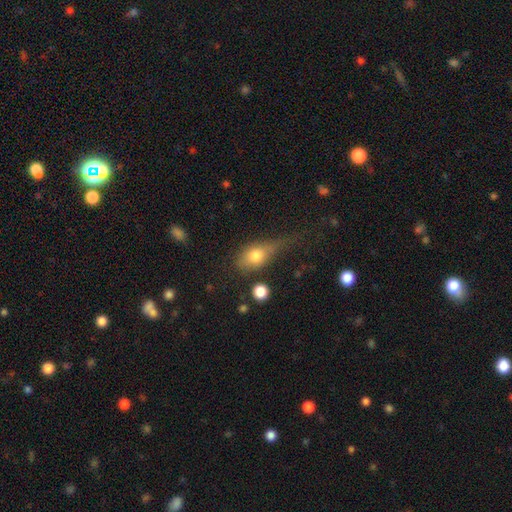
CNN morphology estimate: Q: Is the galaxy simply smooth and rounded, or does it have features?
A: smooth — 72%.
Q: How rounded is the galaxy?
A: in between — 71%.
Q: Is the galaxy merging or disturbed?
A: none — 34%, tied with minor disturbance.